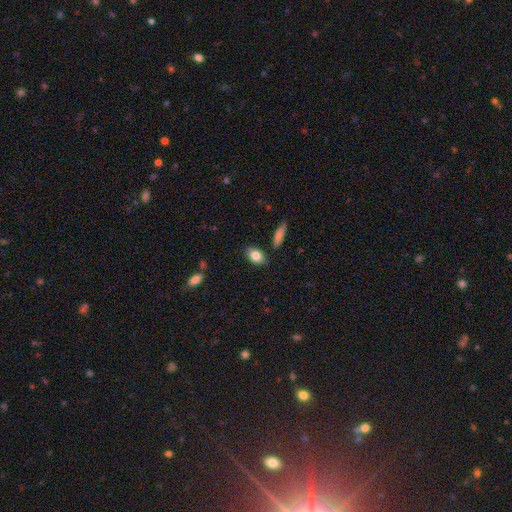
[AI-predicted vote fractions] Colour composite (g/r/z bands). It shows a smooth galaxy with no disk features (83%) that is in between round and cigar-shaped (87%). Merging: none (84%).